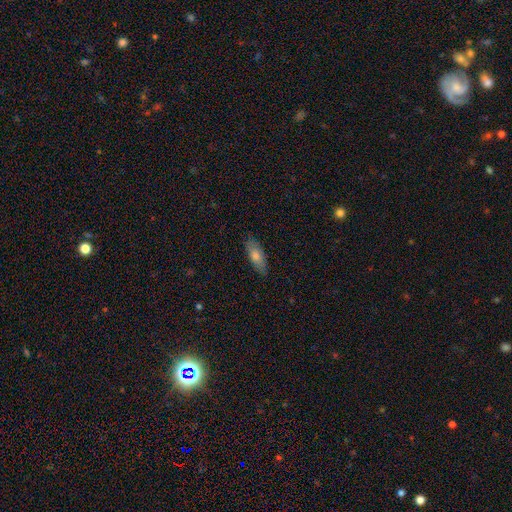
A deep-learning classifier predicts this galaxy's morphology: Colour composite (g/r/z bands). It shows a smooth galaxy with no disk features (70%) that is in between round and cigar-shaped (67%). Merging: none (86%).